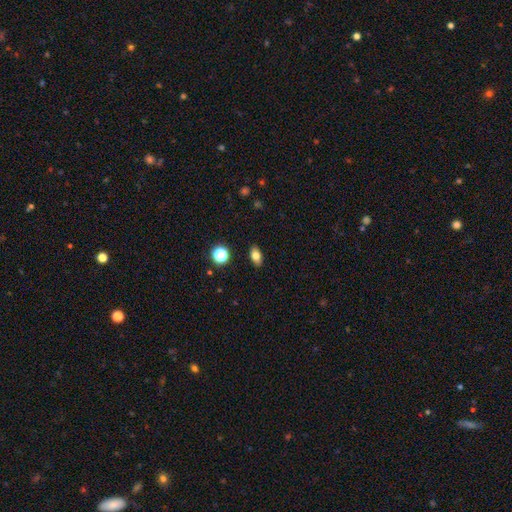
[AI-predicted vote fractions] Smooth or featured? Predicted: smooth (p=0.78). How rounded? Predicted: in between (p=0.84). Merging? Predicted: none (p=0.88).